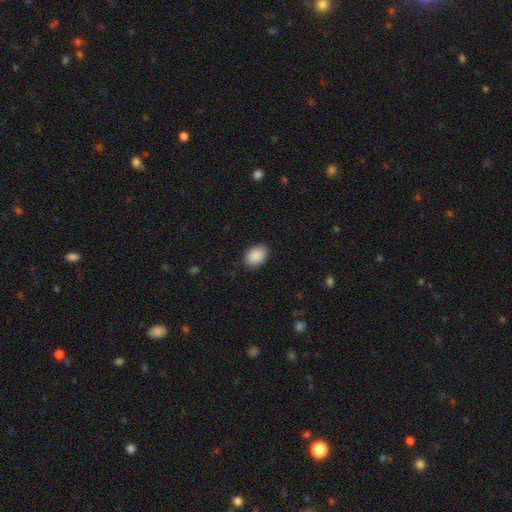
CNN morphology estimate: smooth-or-featured: smooth: 90% | star or artifact: 7% | featured or disk: 3%
  how-rounded: in between: 77% | round: 22% | cigar-shaped: 1%
  merging: none: 86% | minor disturbance: 10% | major disturbance: 2% | merger: 1%